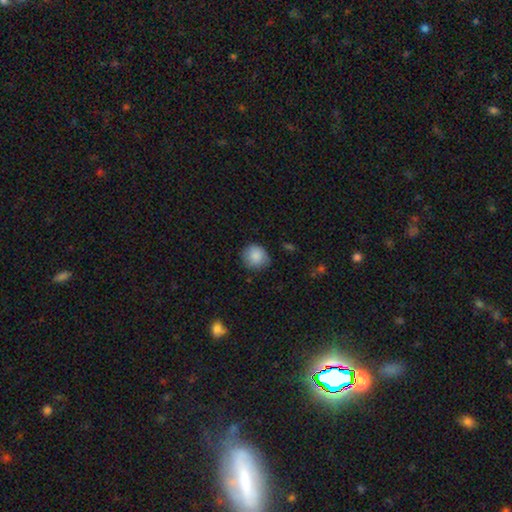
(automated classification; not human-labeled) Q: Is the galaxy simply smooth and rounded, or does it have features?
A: smooth — 86%.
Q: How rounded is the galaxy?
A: round — 85%.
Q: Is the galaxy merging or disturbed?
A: none — 78%.